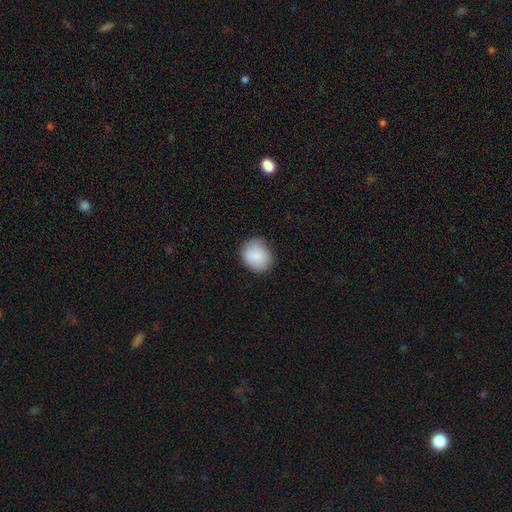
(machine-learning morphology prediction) Smooth or featured?
  - smooth: 86% *
  - featured or disk: 7%
  - star or artifact: 7%
How rounded?
  - round: 64% *
  - in between: 35%
  - cigar-shaped: 1%
Merging?
  - none: 74% *
  - minor disturbance: 21%
  - major disturbance: 4%
  - merger: 1%